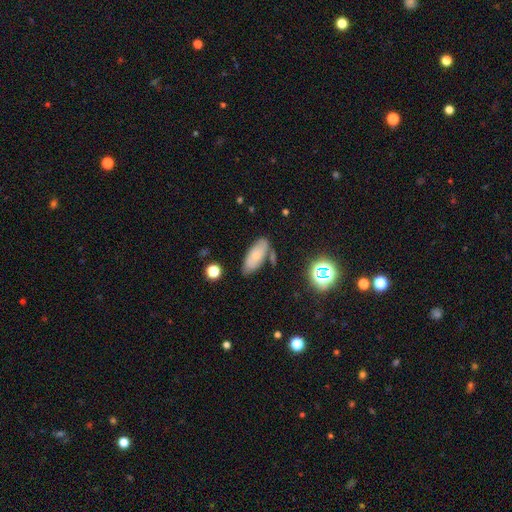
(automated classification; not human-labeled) This is likely a smooth galaxy (67%). How rounded: clearly in between (82%). Merging: likely none (70%).